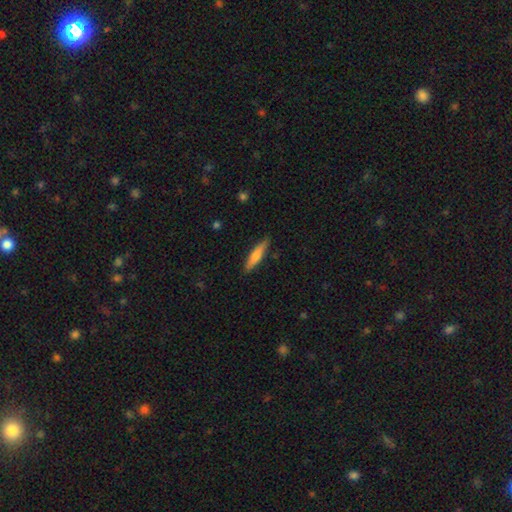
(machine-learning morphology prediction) A smooth galaxy with no disk features (69%) that is cigar-shaped (83%). Merging: none (86%).